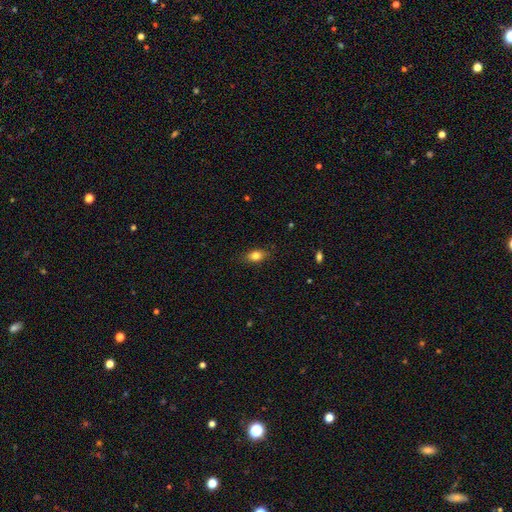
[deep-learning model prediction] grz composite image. It shows a smooth galaxy with no disk features (81%) that is in between round and cigar-shaped (82%). Merging: none (84%).